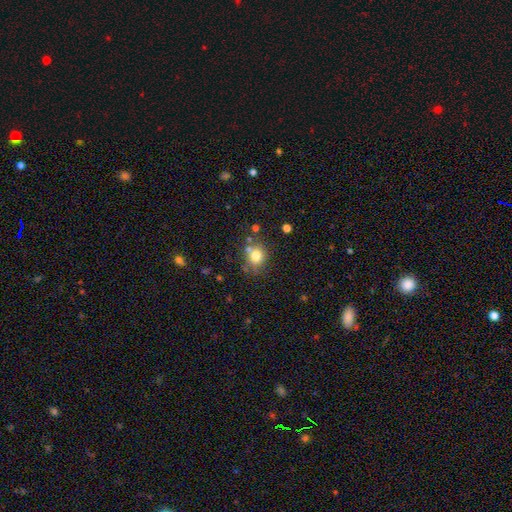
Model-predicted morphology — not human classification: Smooth or featured? Predicted: smooth (p=0.77). How rounded? Predicted: round (p=0.73). Merging? Predicted: none (p=0.67).